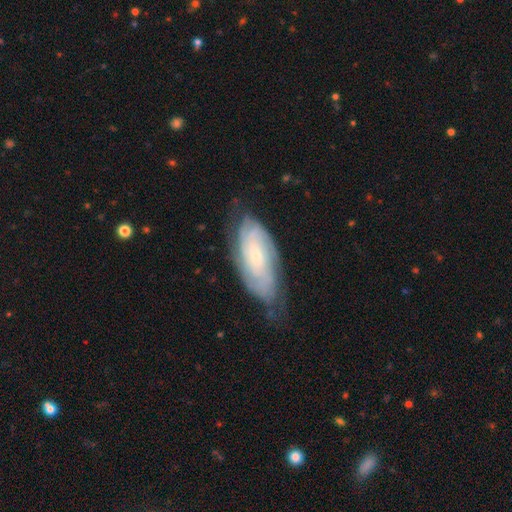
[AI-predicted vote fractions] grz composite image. It shows a featured or disk galaxy (72%) with no bar (62%), tight (67%) spiral arms (92%) and a small central bulge (67%). Merging: none (64%).